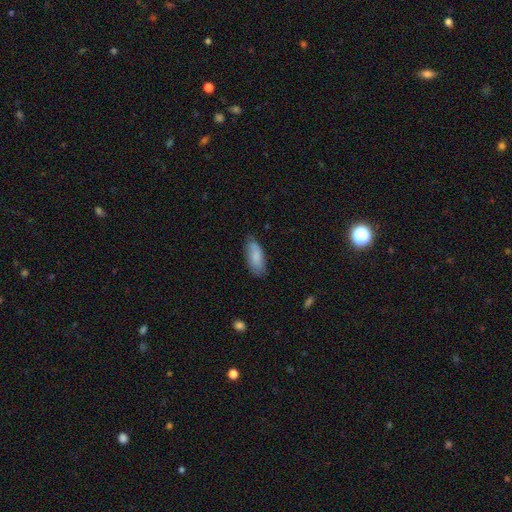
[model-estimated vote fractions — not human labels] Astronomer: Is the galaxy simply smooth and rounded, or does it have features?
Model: smooth — 84%.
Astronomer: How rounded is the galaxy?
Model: in between — 82%.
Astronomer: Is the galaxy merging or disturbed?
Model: none — 73%.